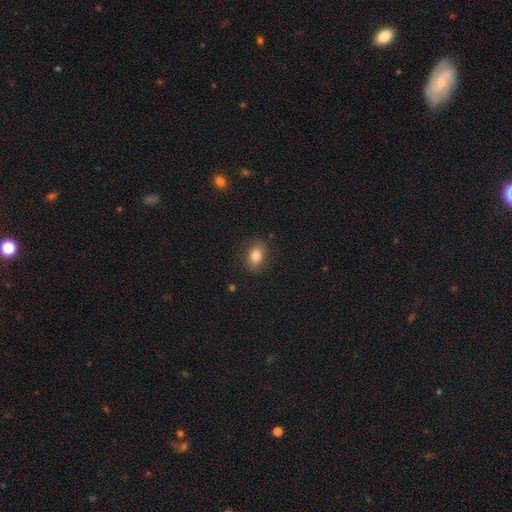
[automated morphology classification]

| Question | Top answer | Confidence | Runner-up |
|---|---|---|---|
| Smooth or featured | smooth | 82% | star or artifact (9%) |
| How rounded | in between | 76% | round (23%) |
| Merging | none | 84% | minor disturbance (12%) |